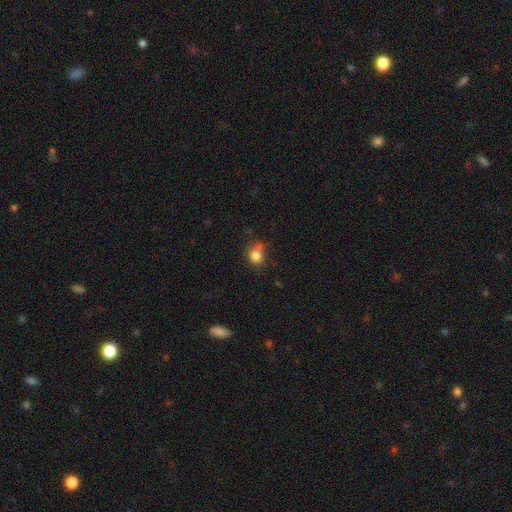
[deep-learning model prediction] smooth_or_featured: smooth (p=0.81) [alt: star or artifact p=0.11]
how_rounded: round (p=0.68) [alt: in between p=0.31]
merging: none (p=0.60) [alt: minor disturbance p=0.22]